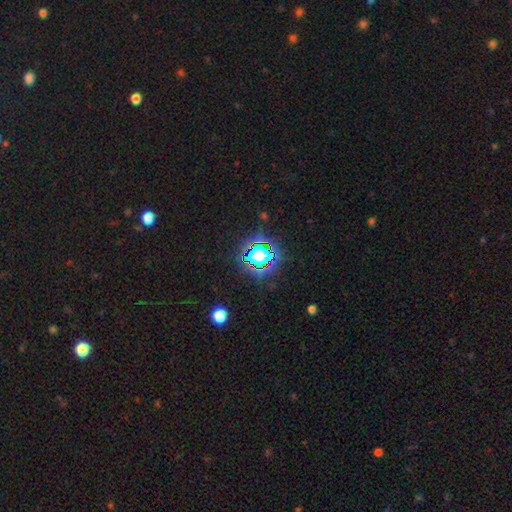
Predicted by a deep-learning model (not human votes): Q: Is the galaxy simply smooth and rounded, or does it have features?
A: star or artifact — 76%.